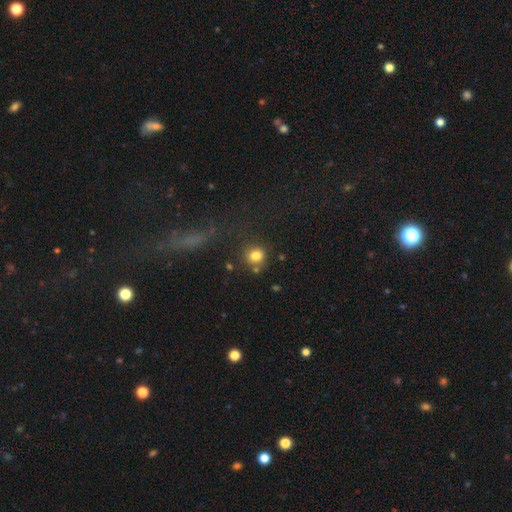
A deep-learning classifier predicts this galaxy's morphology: Smooth or featured: smooth — 80% (star or artifact — 12%)
How rounded: round — 82% (in between — 16%)
Merging: none — 75% (minor disturbance — 12%)